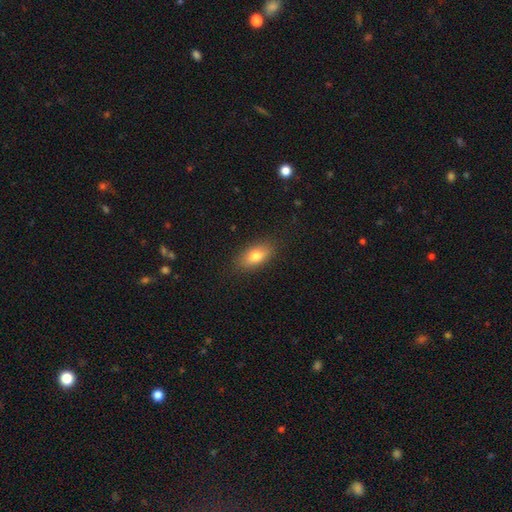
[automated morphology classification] smooth_or_featured: smooth (p=0.76) [alt: featured or disk p=0.16]
how_rounded: in between (p=0.85) [alt: cigar-shaped p=0.09]
merging: none (p=0.86) [alt: minor disturbance p=0.10]